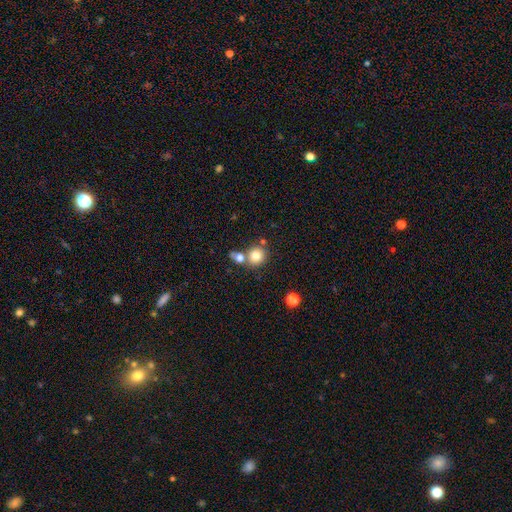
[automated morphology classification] This is likely a smooth galaxy (79%). How rounded: clearly round (85%). Merging: possibly none (59%).